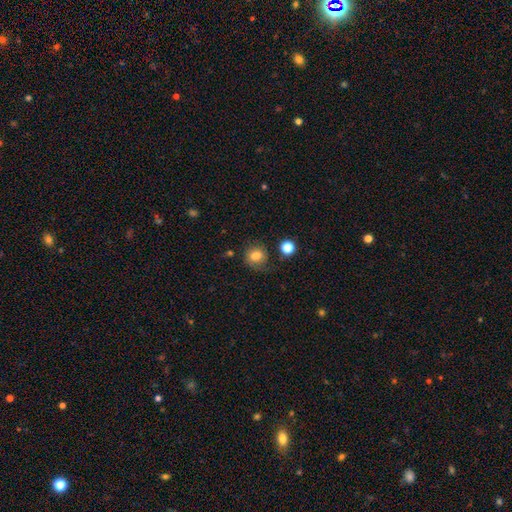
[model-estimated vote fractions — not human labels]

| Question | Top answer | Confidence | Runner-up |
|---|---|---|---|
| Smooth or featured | smooth | 81% | star or artifact (10%) |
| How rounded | round | 75% | in between (24%) |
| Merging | none | 66% | minor disturbance (20%) |